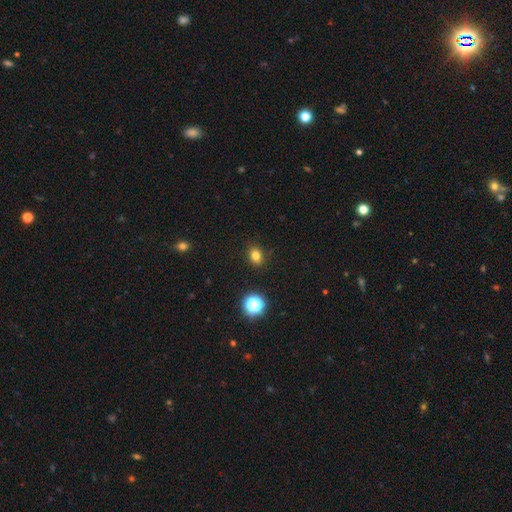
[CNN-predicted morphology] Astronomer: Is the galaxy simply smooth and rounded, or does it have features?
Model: smooth — 78%.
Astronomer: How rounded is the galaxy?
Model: round — 50% (runner-up: in between, 49%).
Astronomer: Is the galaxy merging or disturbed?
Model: none — 88%.